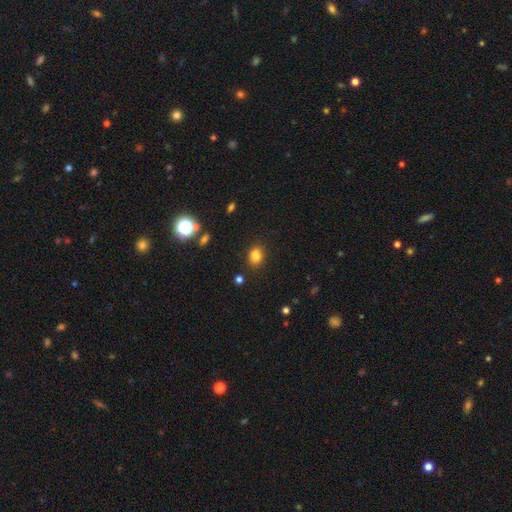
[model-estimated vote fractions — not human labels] Overall: smooth (81%). How rounded: in between (49%, tied with round). Merging: none (82%).